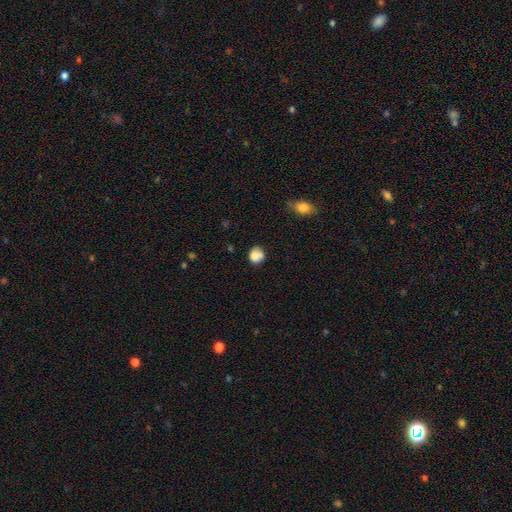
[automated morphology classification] The model was most divided on "merging": none: 57%, minor disturbance: 22%, merger: 14%, major disturbance: 7%. More confident: smooth or featured — smooth (80%); how rounded — round (76%).